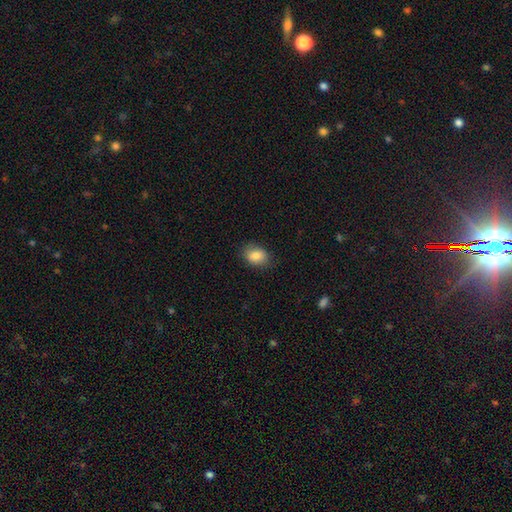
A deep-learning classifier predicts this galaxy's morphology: This appears to be a smooth galaxy with no disk features (85%) that is in between round and cigar-shaped (71%). Merging: none (82%).